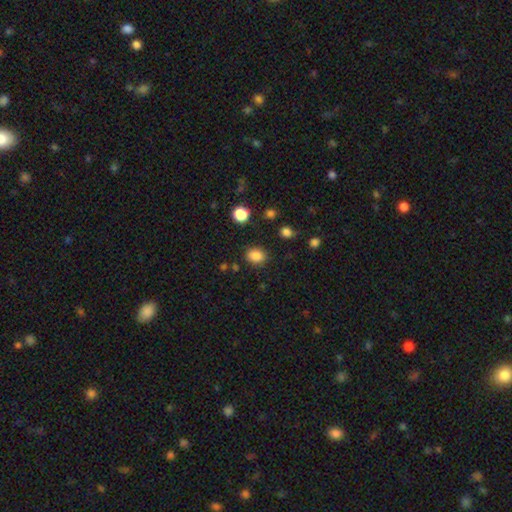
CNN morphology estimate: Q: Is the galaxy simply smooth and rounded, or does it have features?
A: smooth — 85%.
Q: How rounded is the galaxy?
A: round — 52%.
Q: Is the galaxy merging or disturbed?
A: none — 85%.